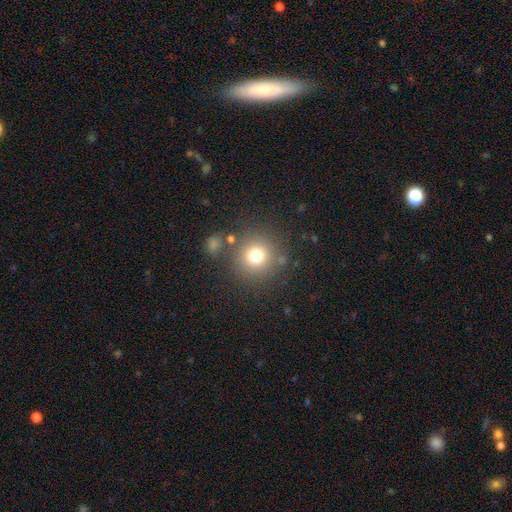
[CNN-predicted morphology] The model was most divided on "smooth or featured": smooth: 74%, star or artifact: 15%, featured or disk: 10%. More confident: how rounded — round (93%); merging — none (81%).